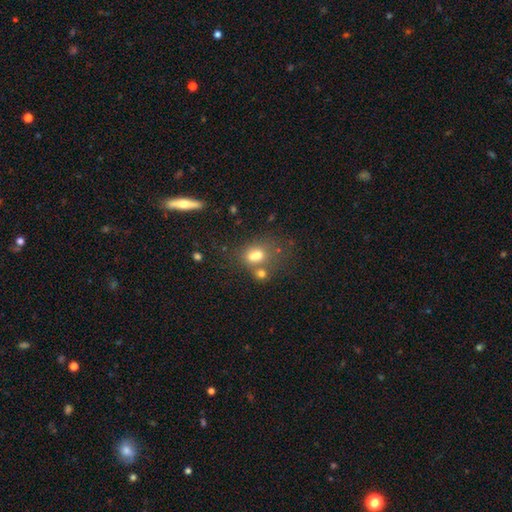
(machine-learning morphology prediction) type=smooth (64%); roundness=round (60%); merging=merger (53%).